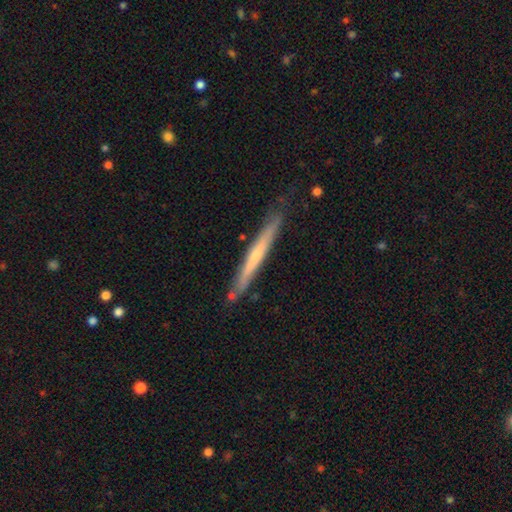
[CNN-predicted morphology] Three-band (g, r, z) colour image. It shows a featured or disk galaxy (55%) viewed edge-on (94%) with no central bulge (54%). Merging: none (78%).